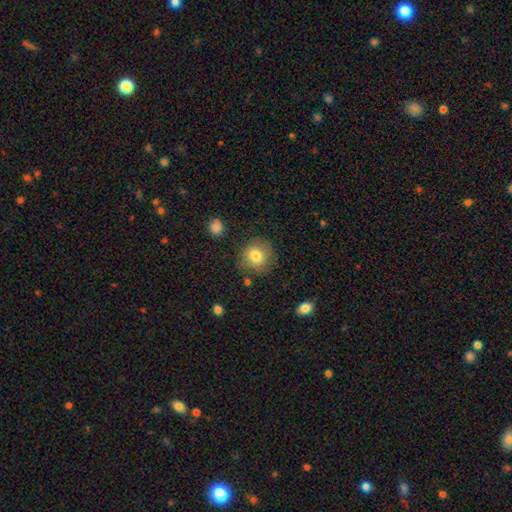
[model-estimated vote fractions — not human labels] Q: Smooth or featured?
A: smooth (80%); runner-up: featured or disk (11%)
Q: How rounded?
A: round (90%); runner-up: in between (9%)
Q: Merging?
A: none (82%); runner-up: minor disturbance (12%)